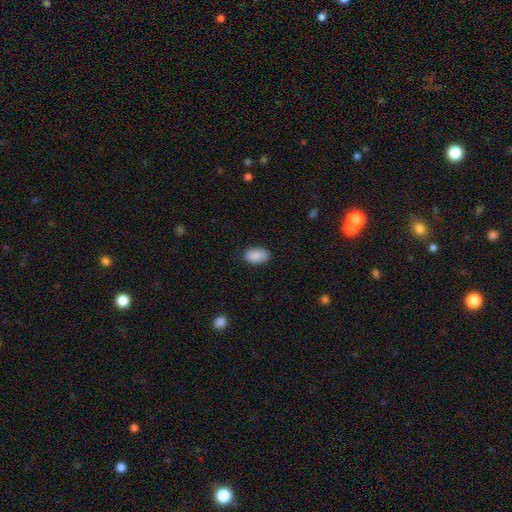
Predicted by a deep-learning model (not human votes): The model was most divided on "merging": none: 82%, minor disturbance: 14%, major disturbance: 3%, merger: 1%. More confident: how rounded — in between (93%); smooth or featured — smooth (89%).